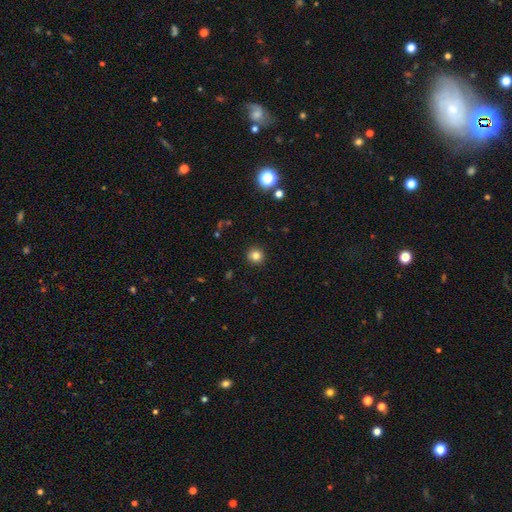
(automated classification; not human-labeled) Q: Smooth or featured?
A: smooth (82%); runner-up: star or artifact (13%)
Q: How rounded?
A: round (93%); runner-up: in between (6%)
Q: Merging?
A: none (92%); runner-up: minor disturbance (5%)